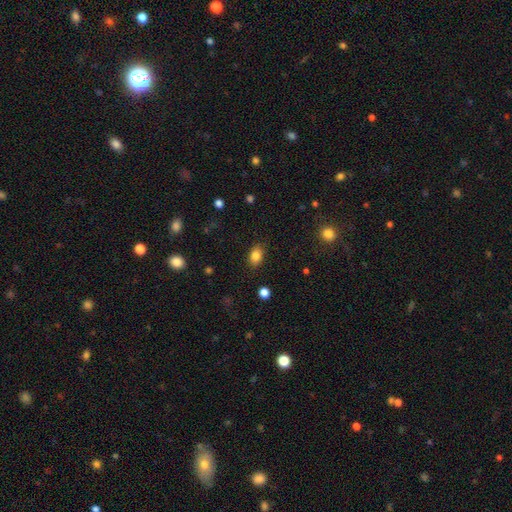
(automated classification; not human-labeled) Q: Smooth or featured?
A: smooth (84%); runner-up: star or artifact (10%)
Q: How rounded?
A: in between (80%); runner-up: round (19%)
Q: Merging?
A: none (85%); runner-up: minor disturbance (11%)